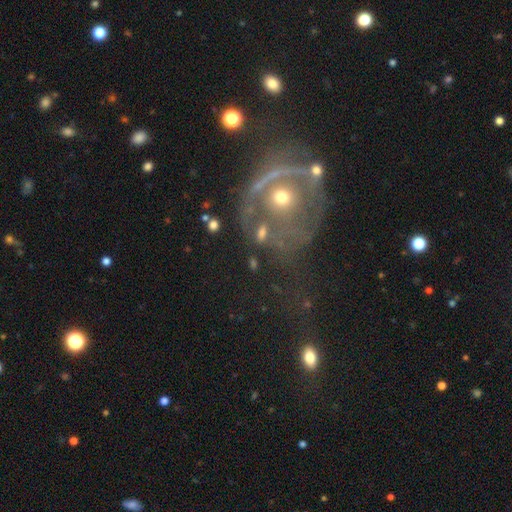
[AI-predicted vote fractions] Morphology: type=featured or disk (67%); edge-on=no (95%); bar=no (73%); spiral arms=yes (54%); bulge=moderate (56%); merging=none (42%).